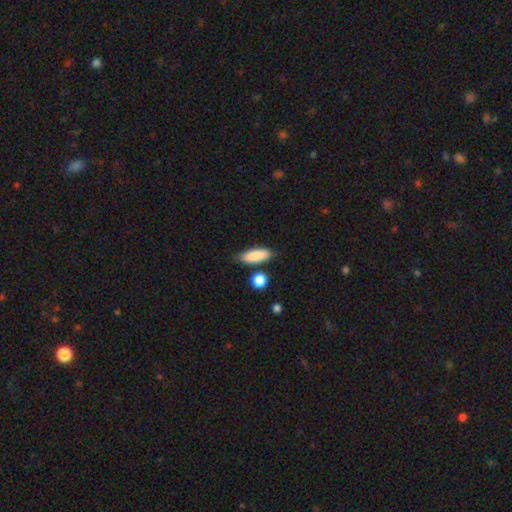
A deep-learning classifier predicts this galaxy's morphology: Smooth or featured?
  - smooth: 86% *
  - featured or disk: 7%
  - star or artifact: 6%
How rounded?
  - in between: 65% *
  - cigar-shaped: 32%
  - round: 3%
Merging?
  - none: 75% *
  - minor disturbance: 15%
  - merger: 6%
  - major disturbance: 3%